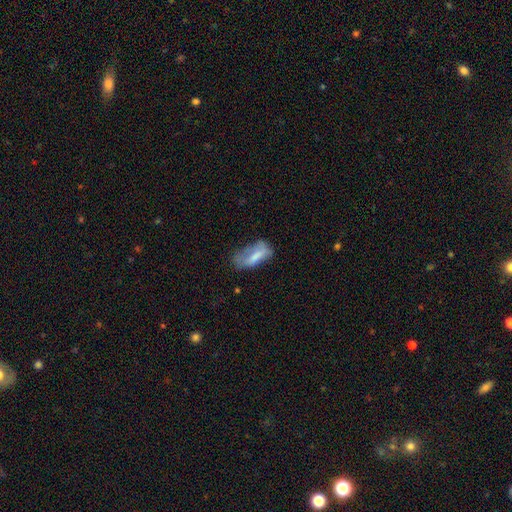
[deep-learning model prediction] A smooth galaxy with no disk features (66%) that is in between round and cigar-shaped (81%). Merging: none (34%).